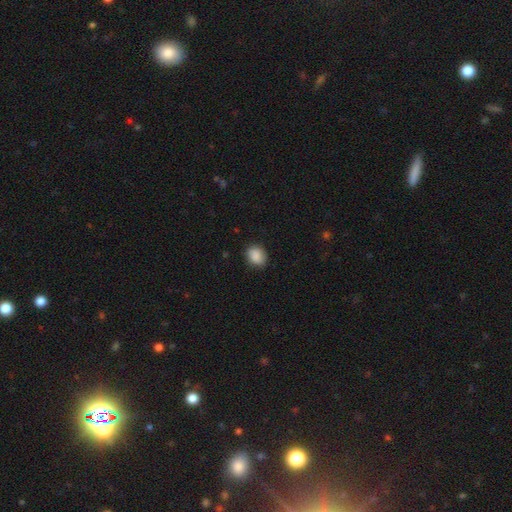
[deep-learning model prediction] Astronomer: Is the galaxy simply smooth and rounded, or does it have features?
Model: smooth — 89%.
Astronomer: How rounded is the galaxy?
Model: round — 50% (runner-up: in between, 49%).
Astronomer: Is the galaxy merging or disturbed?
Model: none — 84%.